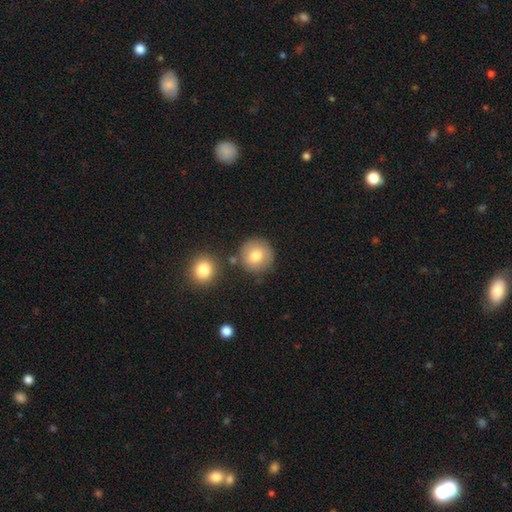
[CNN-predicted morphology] The model was most divided on "smooth or featured": smooth: 78%, featured or disk: 13%, star or artifact: 9%. More confident: how rounded — round (93%); merging — none (80%).